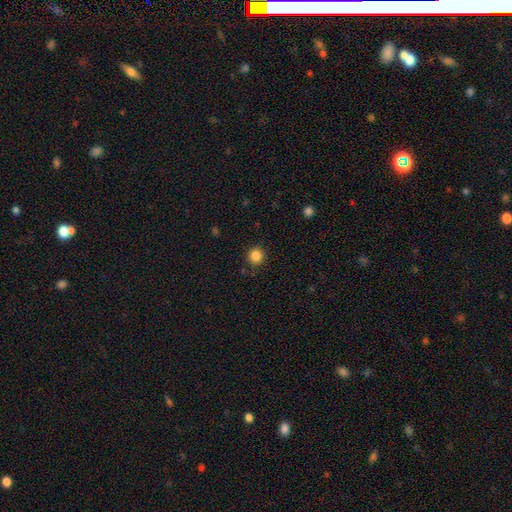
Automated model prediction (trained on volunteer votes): Smooth or featured? smooth (86%)
How rounded? round (92%)
Merging? none (89%)